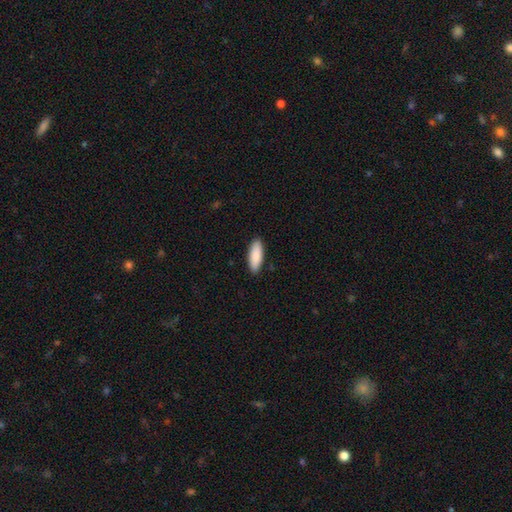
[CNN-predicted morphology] A smooth galaxy with no disk features (89%) that is in between round and cigar-shaped (64%).

Vote fractions:
- Smooth or featured? smooth: 89% / featured or disk: 5% / star or artifact: 5%
- How rounded? in between: 64% / cigar-shaped: 34% / round: 2%
- Merging? none: 90% / minor disturbance: 7% / major disturbance: 1% / merger: 1%